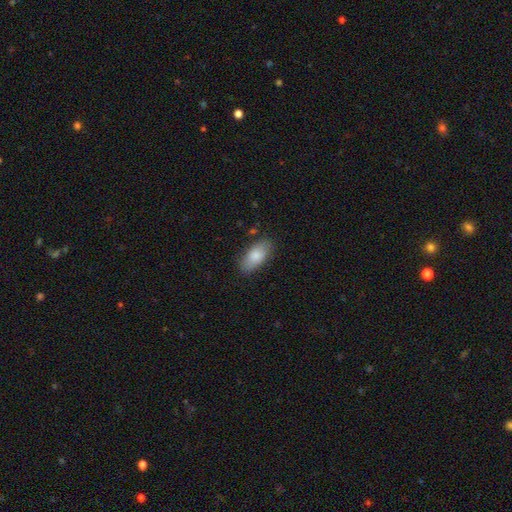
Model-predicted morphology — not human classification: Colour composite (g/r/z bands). It shows a smooth galaxy with no disk features (83%) that is in between round and cigar-shaped (90%). Merging: none (82%).